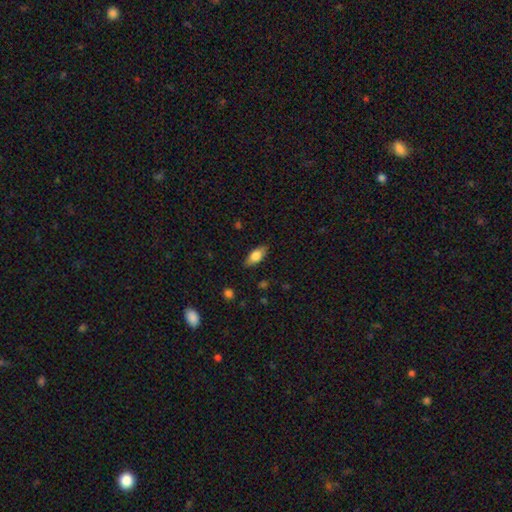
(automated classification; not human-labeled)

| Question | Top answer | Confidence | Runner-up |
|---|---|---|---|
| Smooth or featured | smooth | 78% | featured or disk (16%) |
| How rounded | in between | 85% | cigar-shaped (12%) |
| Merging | none | 84% | minor disturbance (12%) |